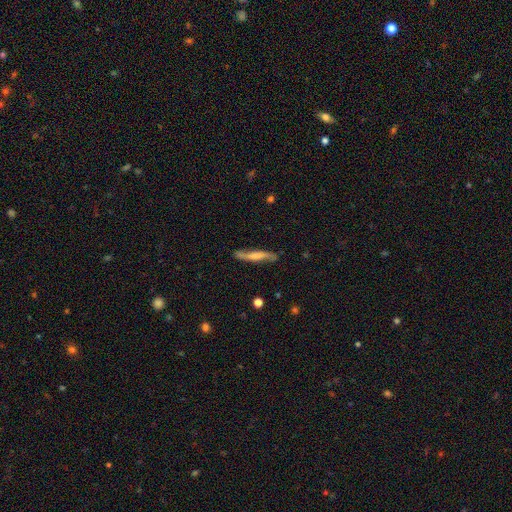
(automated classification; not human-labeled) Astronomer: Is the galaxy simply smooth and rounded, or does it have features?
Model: featured or disk — 56% (runner-up: smooth, 38%).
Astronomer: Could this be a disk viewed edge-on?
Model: yes — 63%.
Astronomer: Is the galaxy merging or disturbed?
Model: none — 78%.